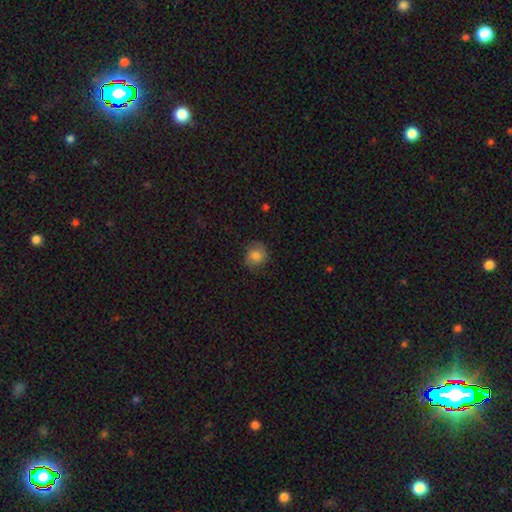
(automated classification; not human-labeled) Morphology: type=smooth (77%); roundness=round (78%); merging=none (75%).